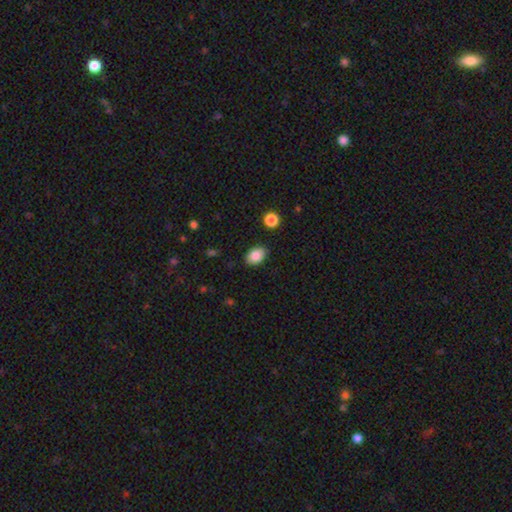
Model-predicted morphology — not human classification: A smooth galaxy with no disk features (86%) that is in between round and cigar-shaped (81%). Merging: none (87%).